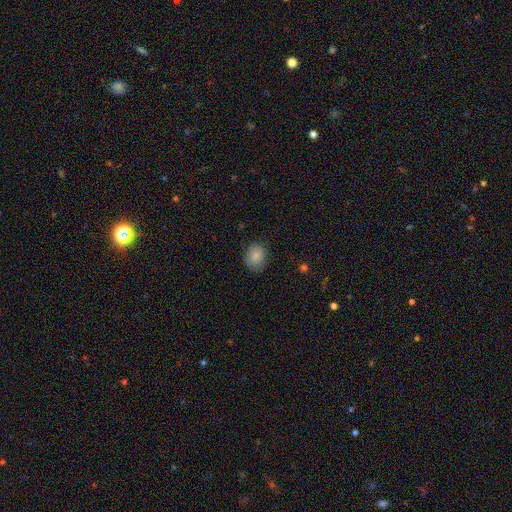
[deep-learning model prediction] Q: Smooth or featured?
A: smooth (85%); runner-up: star or artifact (8%)
Q: How rounded?
A: round (50%); runner-up: in between (49%)
Q: Merging?
A: none (78%); runner-up: minor disturbance (17%)